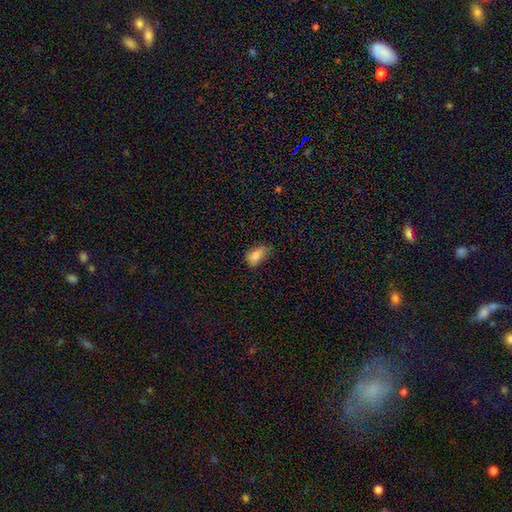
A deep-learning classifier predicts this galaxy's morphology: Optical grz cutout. It shows a smooth galaxy with no disk features (82%) that is in between round and cigar-shaped (87%). Merging: none (47%).